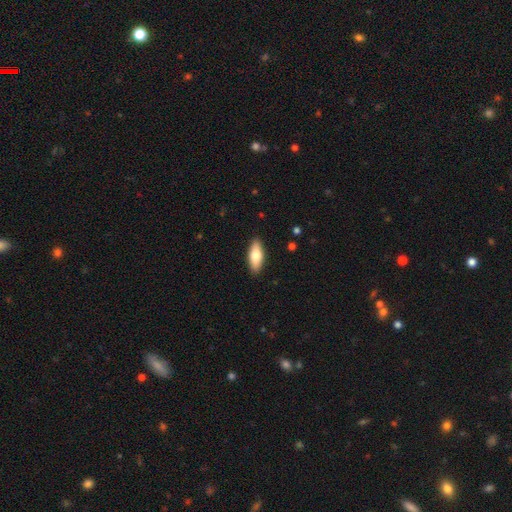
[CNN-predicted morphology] Smooth or featured? smooth (73%)
How rounded? in between (72%)
Merging? none (89%)